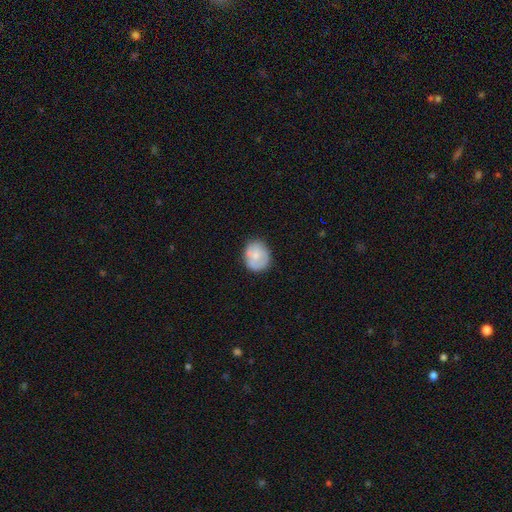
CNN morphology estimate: Q: Smooth or featured?
A: smooth (68%); runner-up: featured or disk (25%)
Q: How rounded?
A: round (70%); runner-up: in between (29%)
Q: Merging?
A: none (71%); runner-up: minor disturbance (20%)